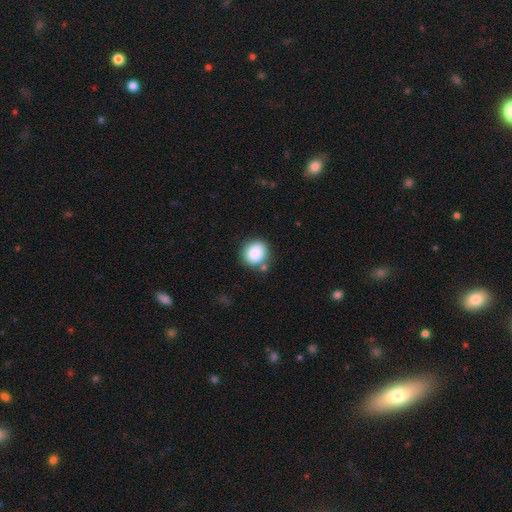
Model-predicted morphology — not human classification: Smooth or featured? smooth (86%)
How rounded? round (80%)
Merging? none (74%)